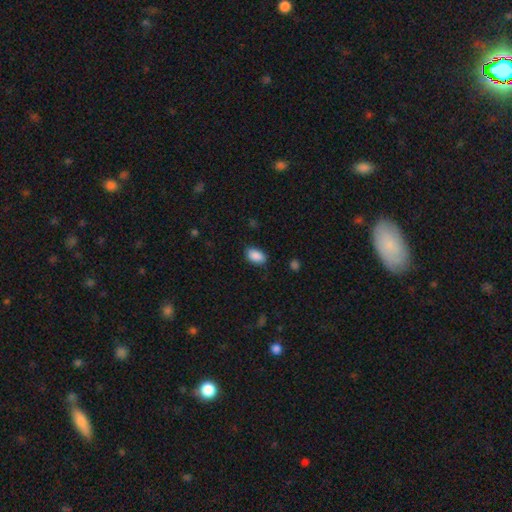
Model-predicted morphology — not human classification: Q: Smooth or featured?
A: smooth (90%); runner-up: star or artifact (7%)
Q: How rounded?
A: in between (91%); runner-up: round (7%)
Q: Merging?
A: none (84%); runner-up: minor disturbance (12%)